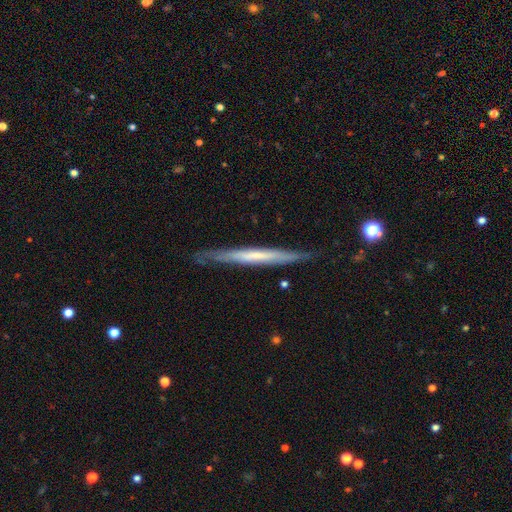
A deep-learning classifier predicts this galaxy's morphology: This appears to be a featured or disk galaxy (57%) viewed edge-on (93%) with no central bulge (77%). Merging: none (82%).